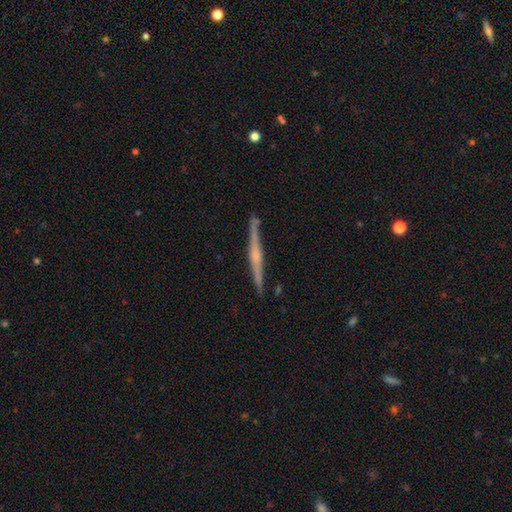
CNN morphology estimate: A featured or disk galaxy (77%) viewed edge-on (98%) with a rounded central bulge (61%).

Vote fractions:
- Smooth or featured? featured or disk: 77% / smooth: 17% / star or artifact: 6%
- Edge-on disk? yes: 98% / no: 2%
- Edge-on bulge? rounded: 61% / none: 22% / boxy: 17%
- Merging? none: 89% / minor disturbance: 8% / major disturbance: 2% / merger: 1%